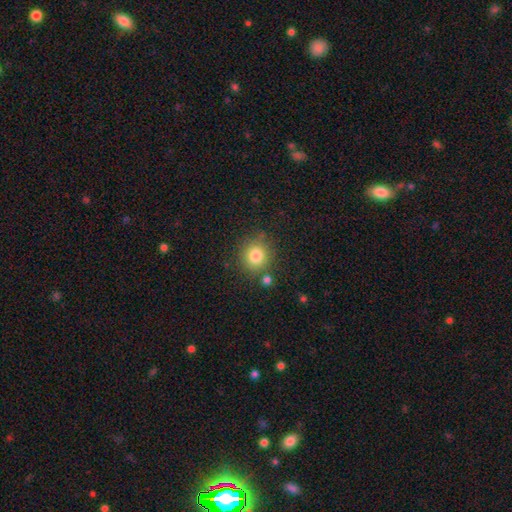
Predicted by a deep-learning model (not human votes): A smooth galaxy with no disk features (81%) that is round (86%).

Vote fractions:
- Smooth or featured? smooth: 81% / star or artifact: 12% / featured or disk: 7%
- How rounded? round: 86% / in between: 13% / cigar-shaped: 1%
- Merging? none: 79% / minor disturbance: 11% / merger: 7% / major disturbance: 3%